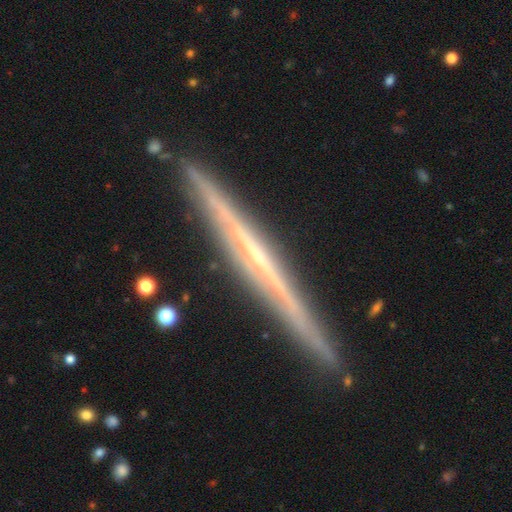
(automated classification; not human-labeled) Q: Smooth or featured?
A: featured or disk (83%); runner-up: smooth (12%)
Q: Edge-on disk?
A: yes (98%); runner-up: no (2%)
Q: Edge-on bulge?
A: none (73%); runner-up: rounded (20%)
Q: Merging?
A: none (90%); runner-up: minor disturbance (7%)